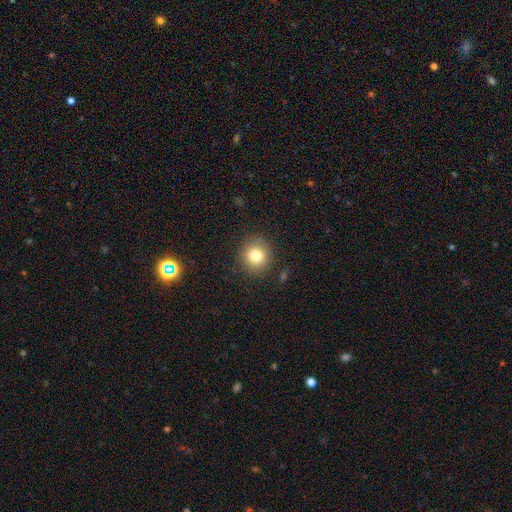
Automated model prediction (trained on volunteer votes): This is clearly a smooth galaxy (81%). How rounded: clearly round (88%). Merging: clearly none (87%).